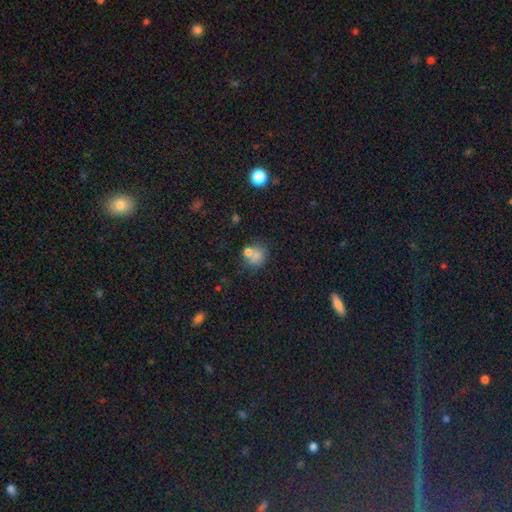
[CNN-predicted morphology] Smooth or featured? Predicted: smooth (p=0.68). How rounded? Predicted: round (p=0.79). Merging? Predicted: none (p=0.62).